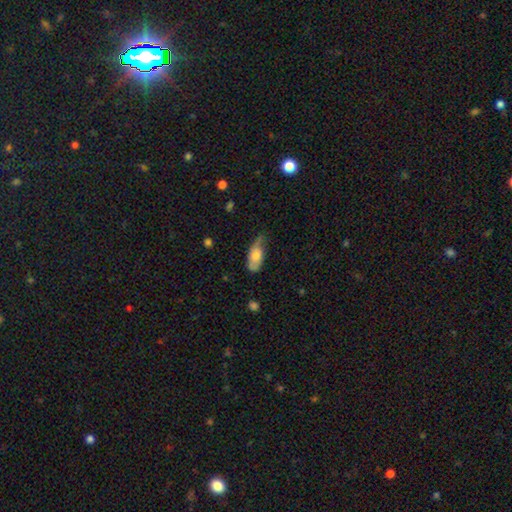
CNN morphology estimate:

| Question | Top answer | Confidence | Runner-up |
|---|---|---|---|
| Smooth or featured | smooth | 67% | featured or disk (27%) |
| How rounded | in between | 87% | cigar-shaped (10%) |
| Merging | minor disturbance | 41% | tied: none (41%) |